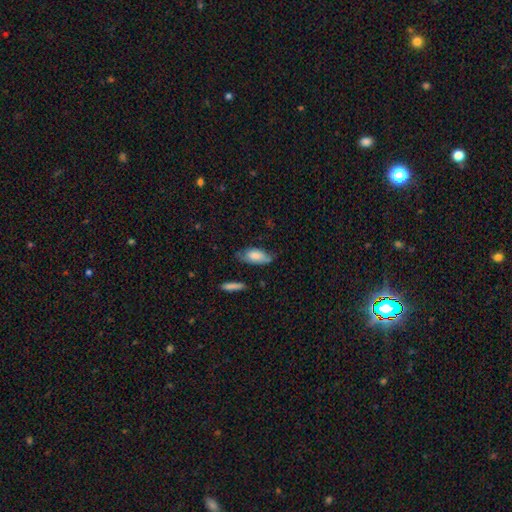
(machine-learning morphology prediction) Overall: smooth (71%). How rounded: in between (85%). Merging: none (52%; minor disturbance 35%).